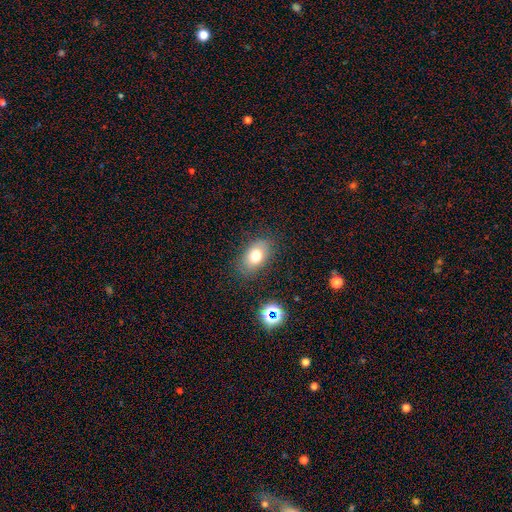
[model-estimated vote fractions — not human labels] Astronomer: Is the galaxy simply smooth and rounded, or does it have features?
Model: smooth — 74%.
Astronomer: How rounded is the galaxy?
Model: in between — 87%.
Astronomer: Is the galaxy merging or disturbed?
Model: none — 82%.